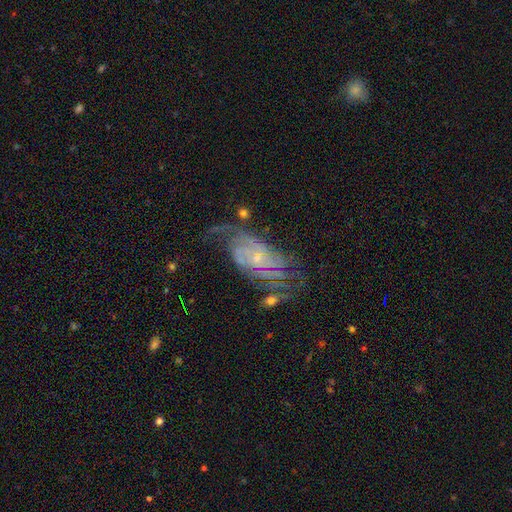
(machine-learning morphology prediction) Smooth or featured: featured or disk — 84% (star or artifact — 9%)
Edge-on disk: no — 96% (yes — 4%)
Bar: no — 68% (weak — 25%)
Spiral arms: yes — 95% (no — 5%)
Spiral winding: tight — 55% (medium — 33%)
Spiral arm count: can't tell — 30% (2 — 28%)
Bulge size: small — 81% (moderate — 13%)
Merging: none — 50% (minor disturbance — 23%)